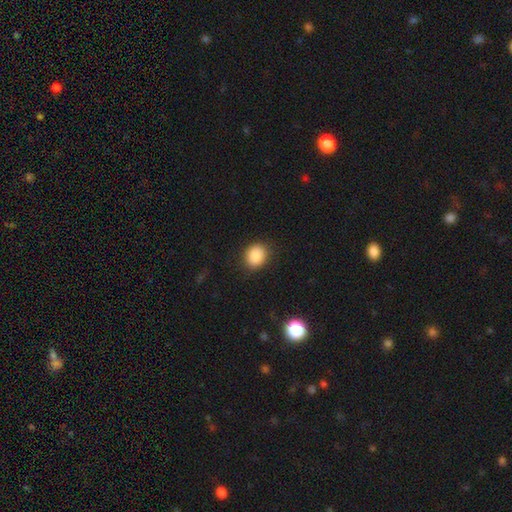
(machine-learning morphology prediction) type=smooth (88%); roundness=round (65%); merging=none (87%).